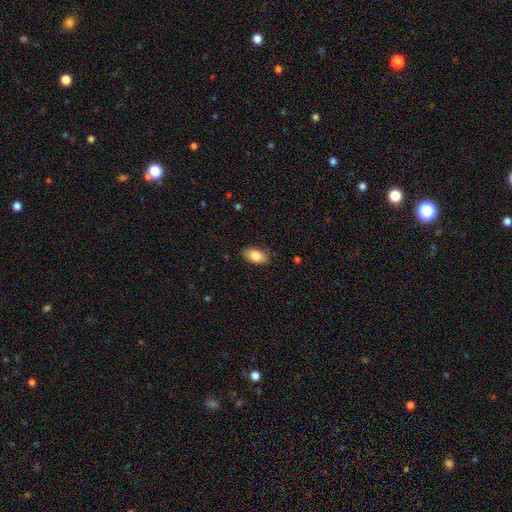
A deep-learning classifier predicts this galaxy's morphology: This appears to be a smooth galaxy with no disk features (84%) that is in between round and cigar-shaped (91%). Merging: none (83%).